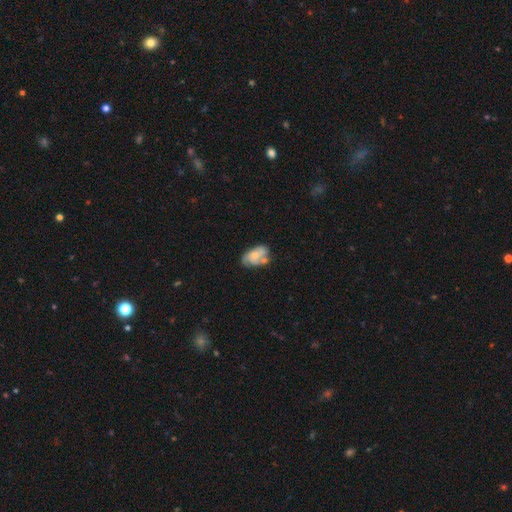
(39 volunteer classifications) This appears to be a featured or disk galaxy (69%) with no bar (65%), 3 (76%) medium (52%) spiral arms (96%) and a moderate central bulge (81%). Merging: none (39%).